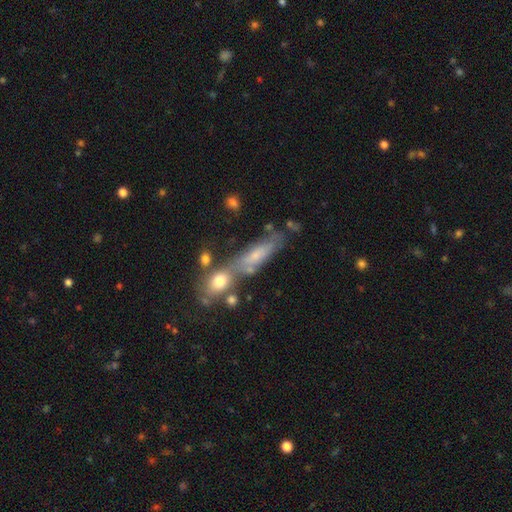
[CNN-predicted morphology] Overall: smooth (52%; featured or disk 37%). How rounded: cigar-shaped (54%; in between 42%). Merging: none (45%; merger 29%).